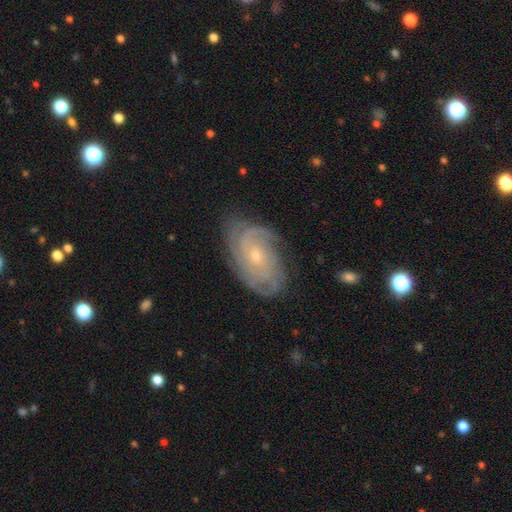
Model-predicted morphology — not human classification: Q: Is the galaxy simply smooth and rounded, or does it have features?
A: featured or disk — 85%.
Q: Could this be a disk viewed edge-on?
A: no — 96%.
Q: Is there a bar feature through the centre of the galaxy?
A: no — 73%.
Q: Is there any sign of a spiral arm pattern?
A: yes — 97%.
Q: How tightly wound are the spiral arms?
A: tight — 72%.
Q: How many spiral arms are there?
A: can't tell — 29%.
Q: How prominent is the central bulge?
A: small — 72%.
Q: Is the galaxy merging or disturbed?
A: none — 77%.